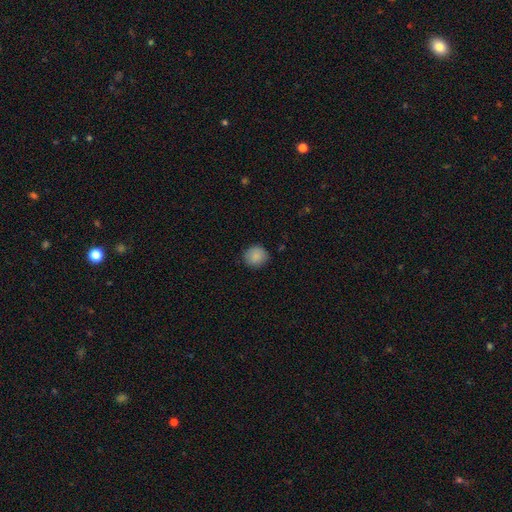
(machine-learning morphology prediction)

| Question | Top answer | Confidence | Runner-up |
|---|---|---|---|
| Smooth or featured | smooth | 88% | star or artifact (8%) |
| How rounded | round | 86% | in between (13%) |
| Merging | none | 86% | minor disturbance (10%) |